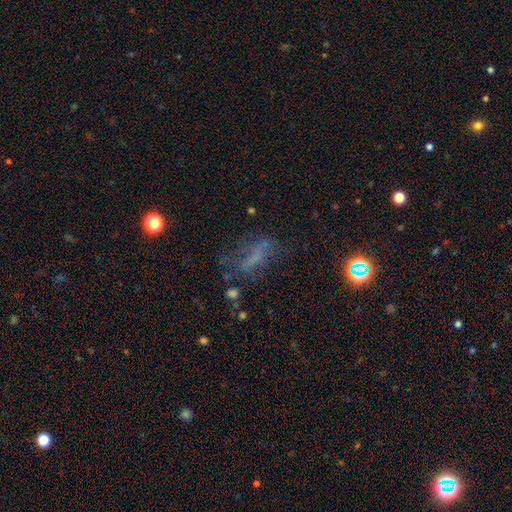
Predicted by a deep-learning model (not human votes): Smooth or featured?
  - featured or disk: 37% *
  - smooth: 33%
  - star or artifact: 30%
Merging?
  - none: 45% *
  - major disturbance: 29%
  - minor disturbance: 20%
  - merger: 6%